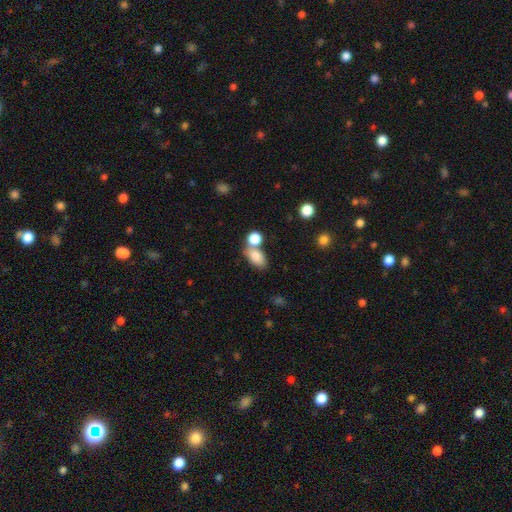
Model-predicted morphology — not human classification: Q: Smooth or featured?
A: smooth (83%); runner-up: star or artifact (9%)
Q: How rounded?
A: in between (87%); runner-up: round (11%)
Q: Merging?
A: none (50%); runner-up: merger (34%)